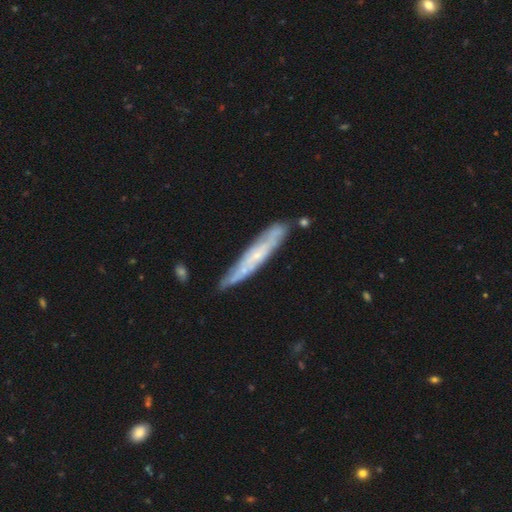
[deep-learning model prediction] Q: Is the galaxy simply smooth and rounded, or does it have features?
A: featured or disk — 63%.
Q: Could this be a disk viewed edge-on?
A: yes — 65%.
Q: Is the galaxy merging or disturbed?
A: none — 74%.